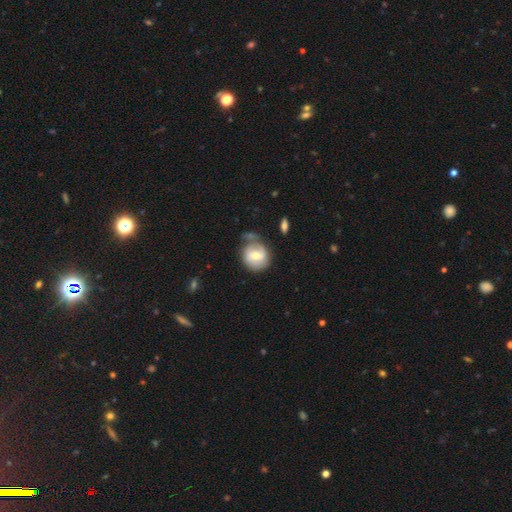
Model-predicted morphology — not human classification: Smooth or featured? Predicted: featured or disk (p=0.47). Merging? Predicted: none (p=0.53).